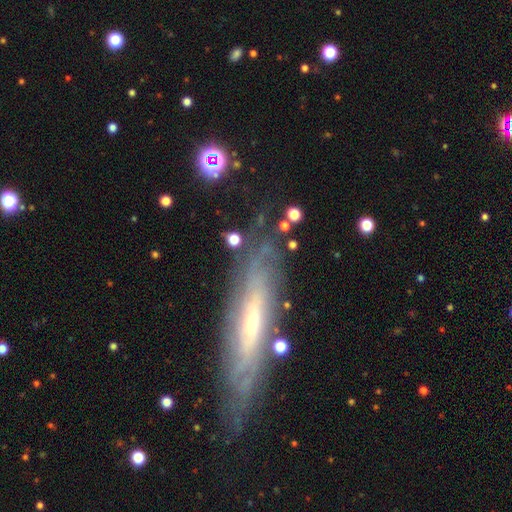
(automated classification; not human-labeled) Smooth or featured?
  - featured or disk: 72% *
  - smooth: 20%
  - star or artifact: 8%
Edge-on disk?
  - yes: 54% *
  - no: 46%
Merging?
  - none: 80% *
  - minor disturbance: 14%
  - major disturbance: 4%
  - merger: 2%